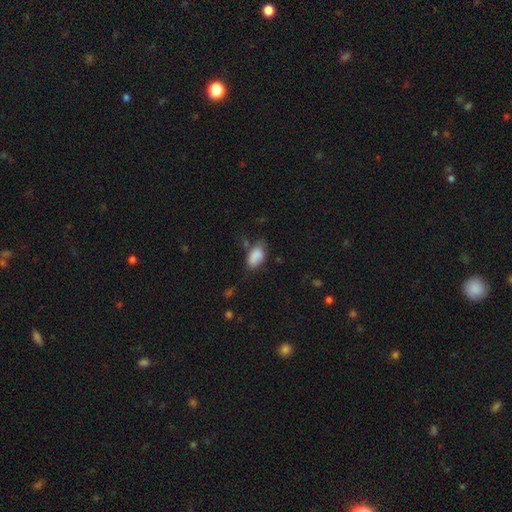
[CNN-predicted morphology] Smooth or featured: smooth — 82% (featured or disk — 9%)
How rounded: in between — 90% (round — 8%)
Merging: none — 47% (minor disturbance — 35%)